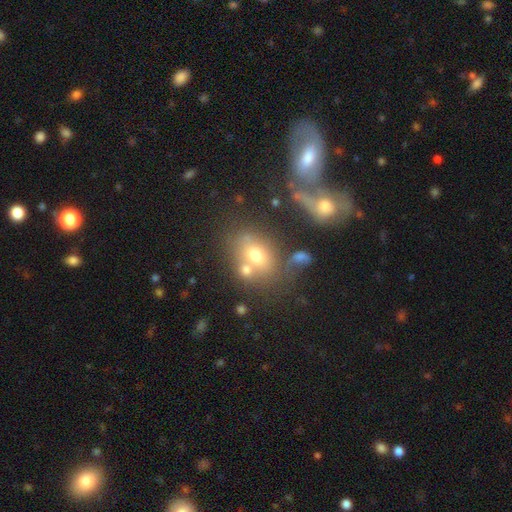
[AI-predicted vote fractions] Smooth or featured? smooth (65%)
How rounded? in between (67%)
Merging? none (45%)